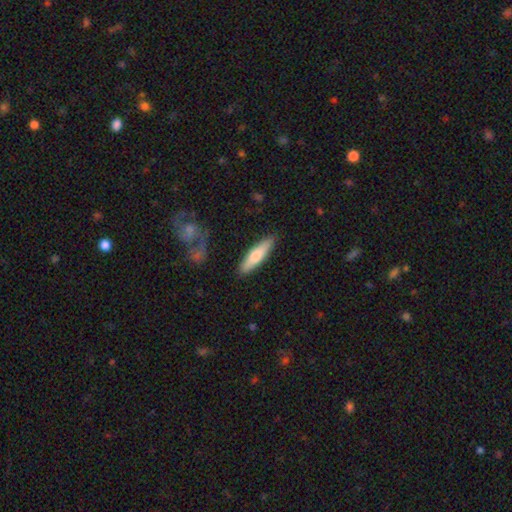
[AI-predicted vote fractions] smooth-or-featured: smooth: 66% | featured or disk: 29% | star or artifact: 5%
  how-rounded: cigar-shaped: 75% | in between: 24% | round: 2%
  merging: none: 86% | minor disturbance: 9% | major disturbance: 2% | merger: 2%